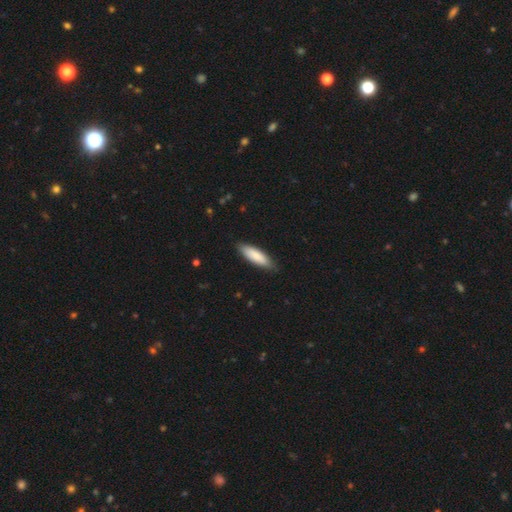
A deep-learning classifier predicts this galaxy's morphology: Smooth or featured?
  - smooth: 85% *
  - featured or disk: 10%
  - star or artifact: 5%
How rounded?
  - cigar-shaped: 57% *
  - in between: 42%
  - round: 1%
Merging?
  - none: 84% *
  - minor disturbance: 13%
  - major disturbance: 2%
  - merger: 1%